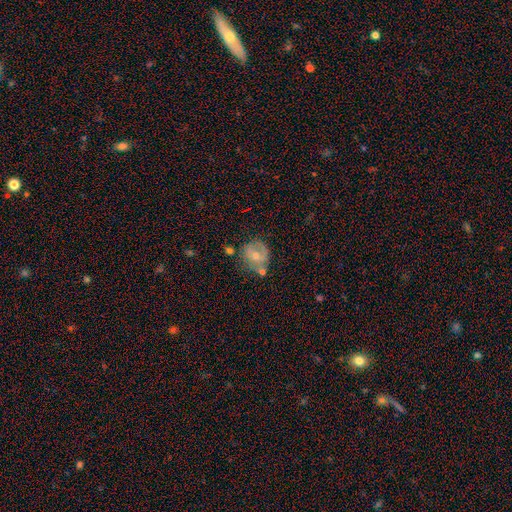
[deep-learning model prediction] This appears to be a featured or disk galaxy (50%). Merging: none (55%).